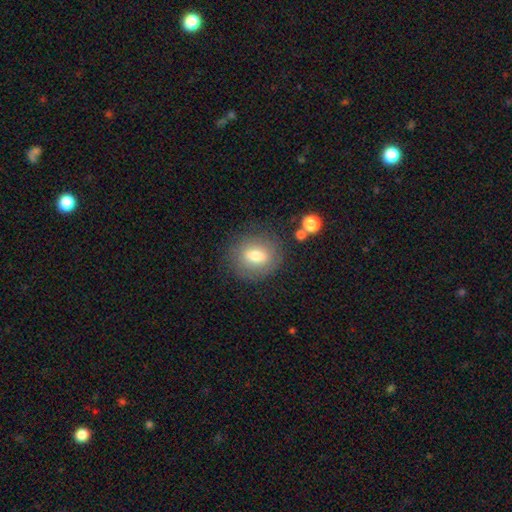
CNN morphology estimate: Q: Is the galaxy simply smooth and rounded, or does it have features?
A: smooth — 68%.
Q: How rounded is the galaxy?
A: round — 61%.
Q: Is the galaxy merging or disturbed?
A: none — 78%.